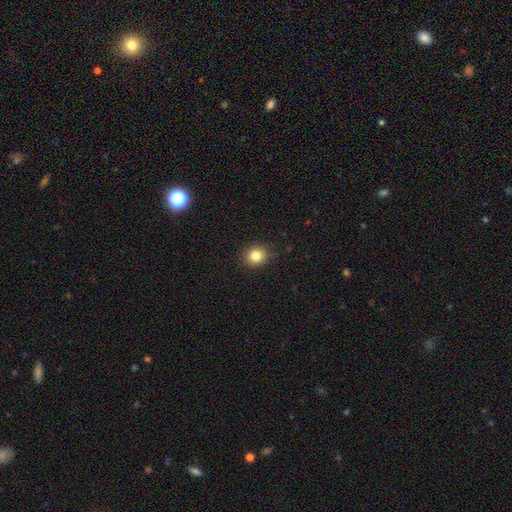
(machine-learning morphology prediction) type=smooth (82%); roundness=round (78%); merging=none (90%).